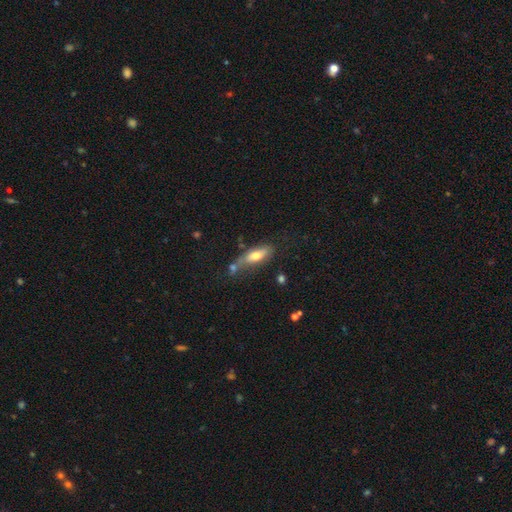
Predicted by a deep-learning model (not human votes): The model was most divided on "merging": none: 49%, minor disturbance: 22%, merger: 19%, major disturbance: 9%. More confident: smooth or featured — smooth (67%); how rounded — in between (62%).